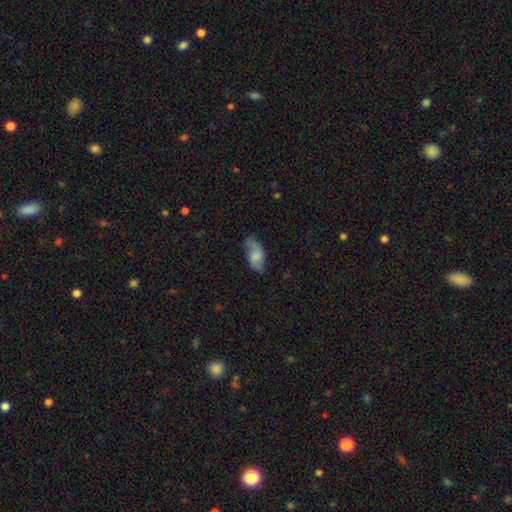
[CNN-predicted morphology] smooth 50%, featured or disk 43%, star or artifact 7%. Down the decision tree: how rounded — in between (90%); merging — none (69%).